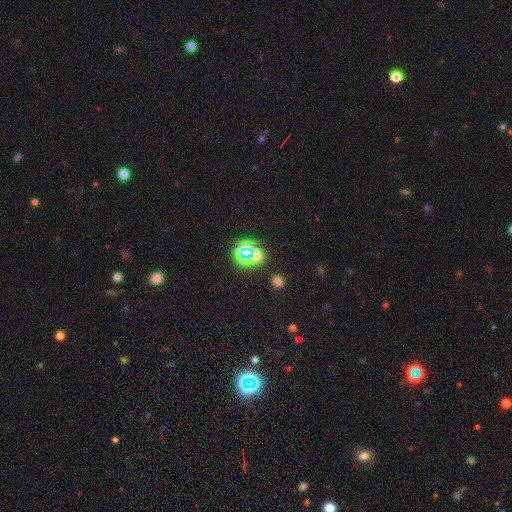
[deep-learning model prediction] Q: Smooth or featured?
A: star or artifact (59%); runner-up: smooth (31%)